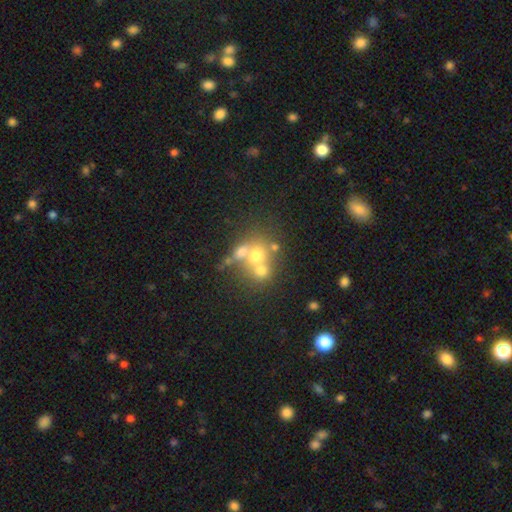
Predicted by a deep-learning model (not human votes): smooth_or_featured: smooth (p=0.57) [alt: featured or disk p=0.27]
how_rounded: round (p=0.75) [alt: in between p=0.24]
merging: merger (p=0.55) [alt: none p=0.32]